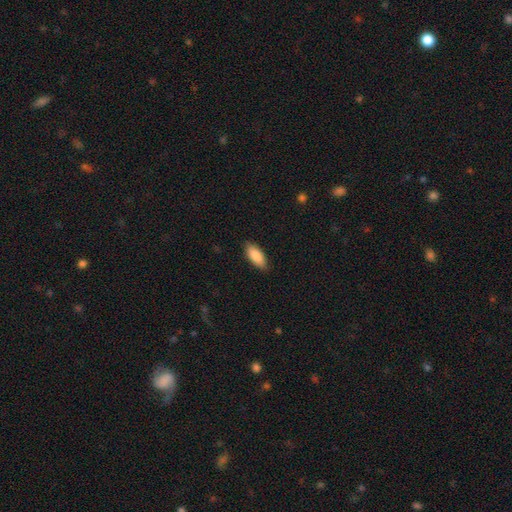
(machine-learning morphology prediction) Smooth or featured? Predicted: smooth (p=0.88). How rounded? Predicted: in between (p=0.84). Merging? Predicted: none (p=0.87).